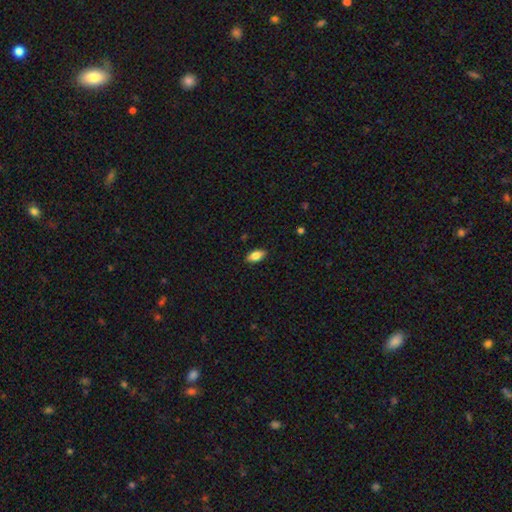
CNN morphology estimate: Overall: smooth (79%). How rounded: in between (88%). Merging: none (88%).